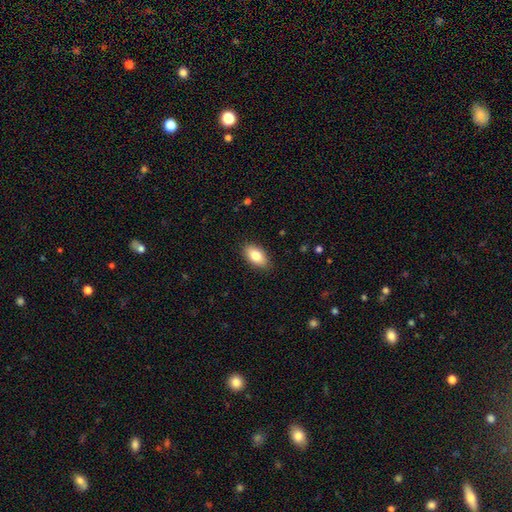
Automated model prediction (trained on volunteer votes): Smooth or featured? smooth (82%)
How rounded? in between (93%)
Merging? none (88%)